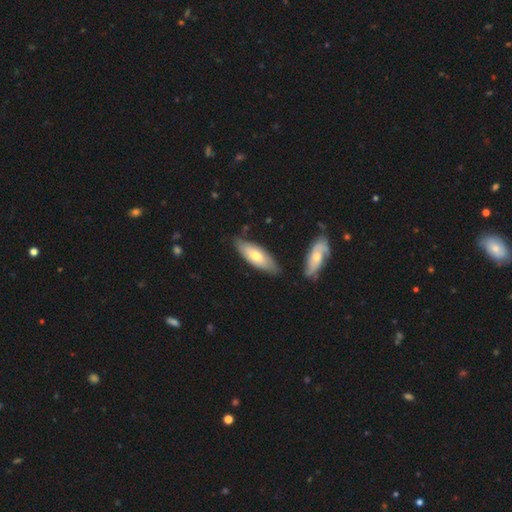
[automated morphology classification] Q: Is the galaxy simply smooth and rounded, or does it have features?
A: smooth — 62%.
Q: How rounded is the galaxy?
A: in between — 67%.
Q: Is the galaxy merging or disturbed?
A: none — 73%.